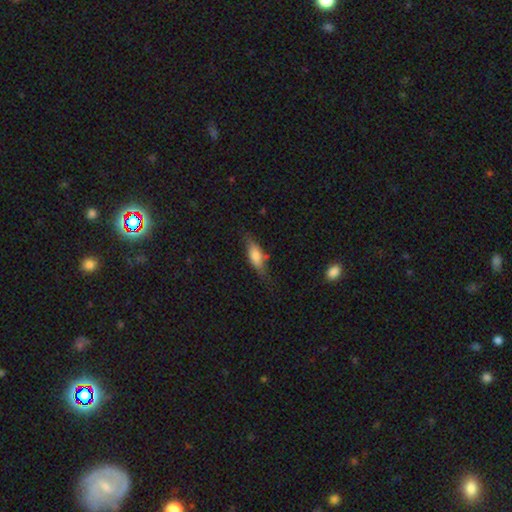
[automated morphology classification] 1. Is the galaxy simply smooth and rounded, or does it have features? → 68% smooth, 25% featured or disk, 7% star or artifact.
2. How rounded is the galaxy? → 66% in between, 31% cigar-shaped, 3% round.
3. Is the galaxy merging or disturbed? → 63% none, 26% minor disturbance, 8% major disturbance, 3% merger.